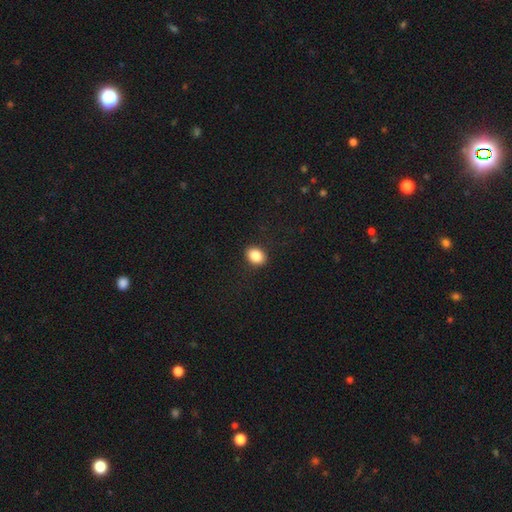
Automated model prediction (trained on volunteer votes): The model was most divided on "how rounded": in between: 65%, round: 34%, cigar-shaped: 1%. More confident: merging — none (90%); smooth or featured — smooth (86%).